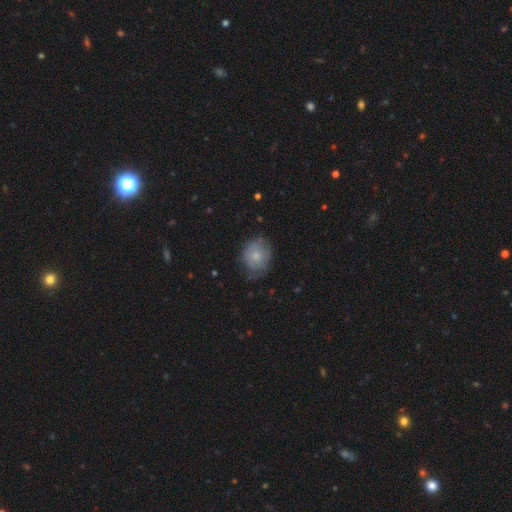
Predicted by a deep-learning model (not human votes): Morphology: type=smooth (69%); roundness=round (67%); merging=none (60%).